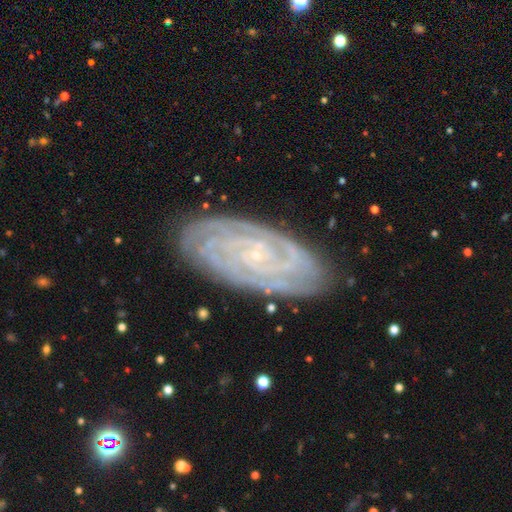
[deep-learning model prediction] Smooth or featured? featured or disk (87%)
Edge-on disk? no (95%)
Bar? no (68%)
Spiral arms? yes (98%)
Spiral winding? tight (86%)
Spiral arm count? 4 (21%)
Bulge size? small (86%)
Merging? none (85%)